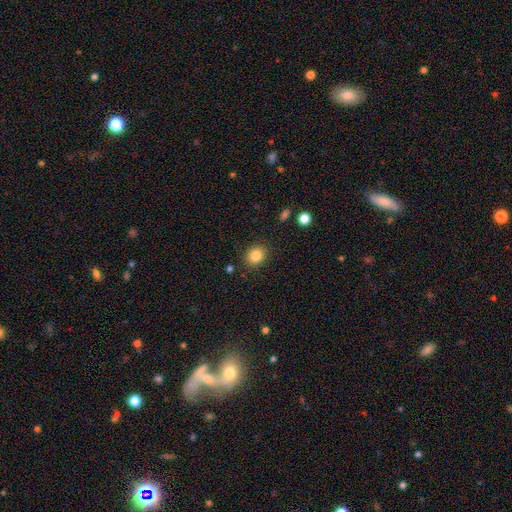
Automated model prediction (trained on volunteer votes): Smooth or featured? Predicted: smooth (p=0.83). How rounded? Predicted: round (p=0.62). Merging? Predicted: none (p=0.87).